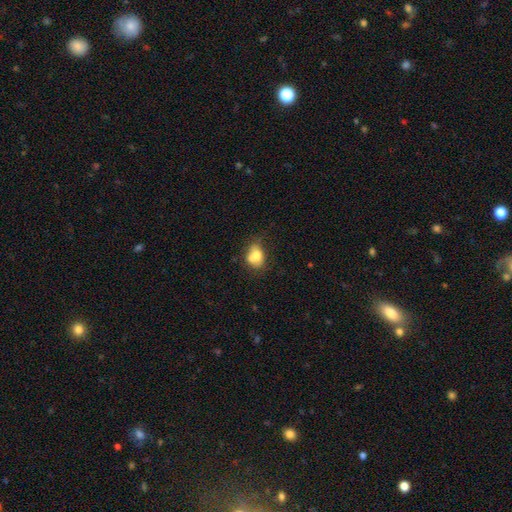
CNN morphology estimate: This is likely a smooth galaxy (71%). How rounded: possibly in between (58%). Merging: marginally none (40%).